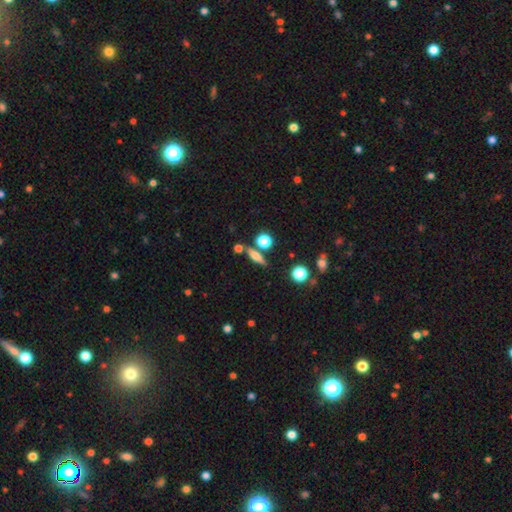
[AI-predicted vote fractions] The model was most divided on "smooth or featured": smooth: 53%, featured or disk: 36%, star or artifact: 12%. More confident: merging — none (74%); how rounded — cigar-shaped (61%).